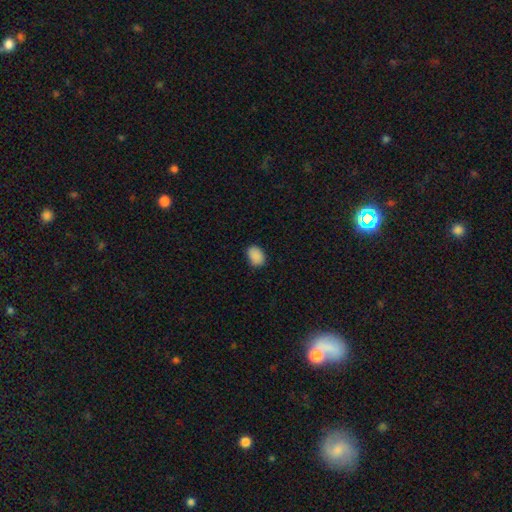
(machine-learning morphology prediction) Smooth or featured? Predicted: smooth (p=0.89). How rounded? Predicted: in between (p=0.72). Merging? Predicted: none (p=0.82).